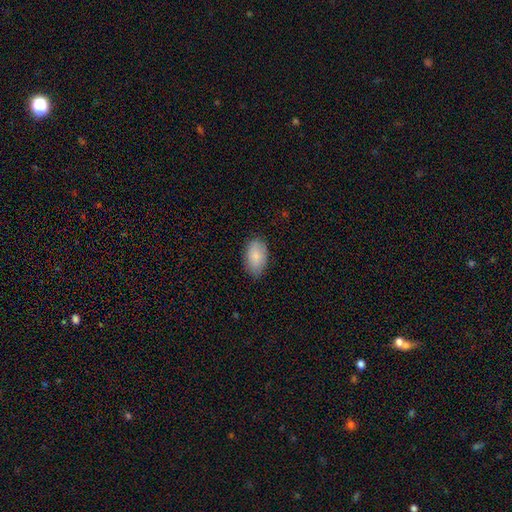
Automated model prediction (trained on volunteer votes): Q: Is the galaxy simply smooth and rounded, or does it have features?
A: smooth — 85%.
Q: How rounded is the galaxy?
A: in between — 94%.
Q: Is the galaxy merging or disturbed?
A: none — 81%.